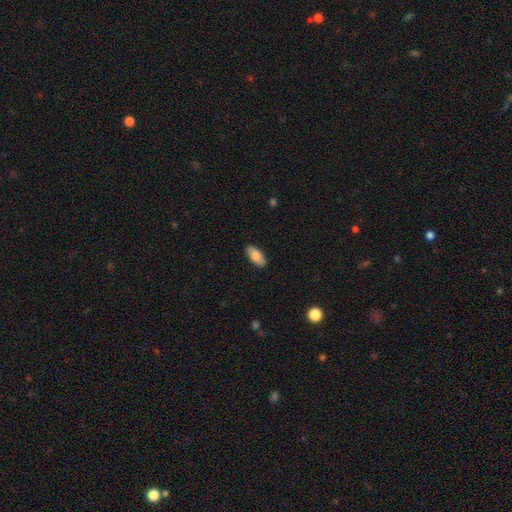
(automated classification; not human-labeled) smooth_or_featured: smooth (p=0.78) [alt: featured or disk p=0.16]
how_rounded: in between (p=0.92) [alt: cigar-shaped p=0.06]
merging: none (p=0.89) [alt: minor disturbance p=0.09]